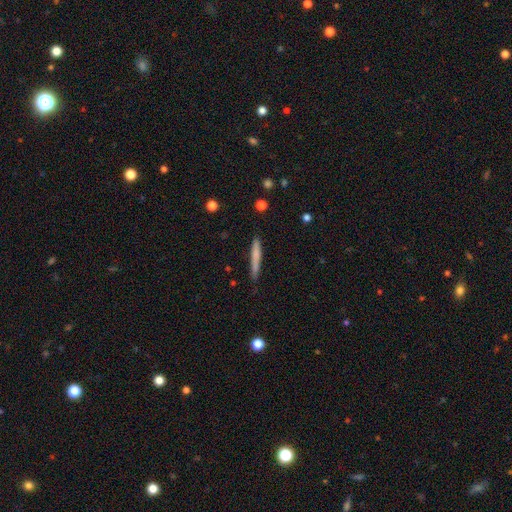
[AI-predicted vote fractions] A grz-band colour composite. It shows a smooth galaxy with no disk features (69%) that is cigar-shaped (95%). Merging: none (78%).